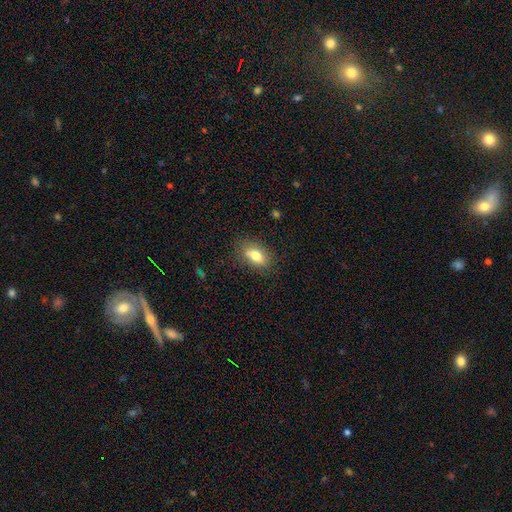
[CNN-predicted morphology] This is likely a smooth galaxy (76%). How rounded: clearly in between (85%). Merging: likely none (75%).